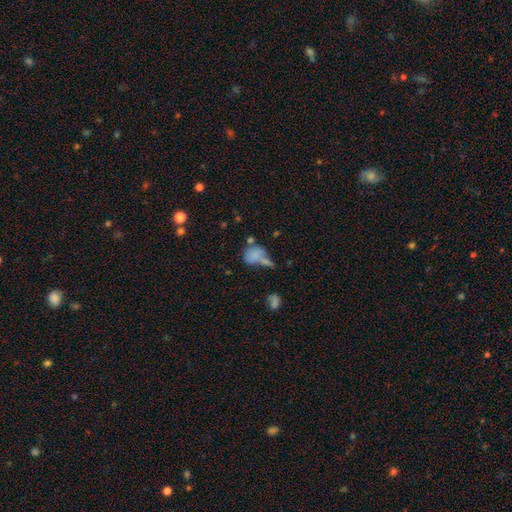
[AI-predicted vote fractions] Smooth or featured: smooth — 73% (featured or disk — 16%)
How rounded: in between — 57% (round — 40%)
Merging: merger — 36% (none — 30%)